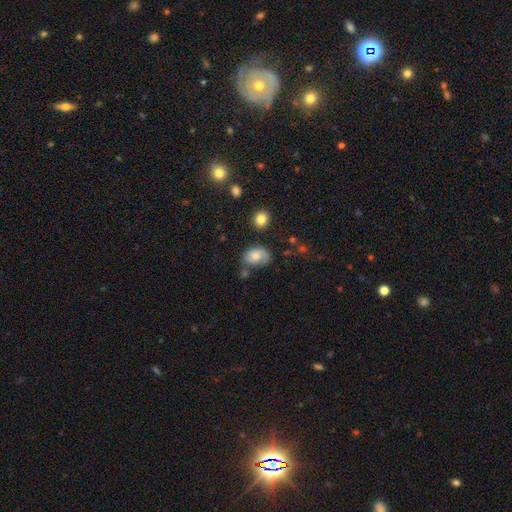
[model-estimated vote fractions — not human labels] smooth-or-featured: smooth: 66% | featured or disk: 25% | star or artifact: 9%
  how-rounded: in between: 75% | round: 23% | cigar-shaped: 1%
  merging: none: 54% | minor disturbance: 28% | major disturbance: 10% | merger: 8%